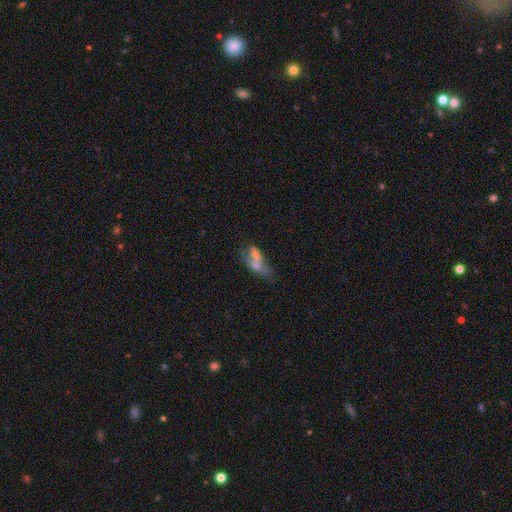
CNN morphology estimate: Smooth or featured? Predicted: smooth (p=0.47). Merging? Predicted: merger (p=0.48).